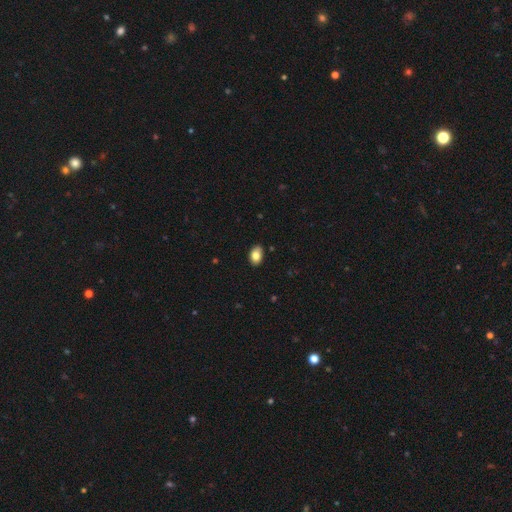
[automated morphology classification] This appears to be a smooth galaxy with no disk features (83%) that is in between round and cigar-shaped (88%). Merging: none (87%).